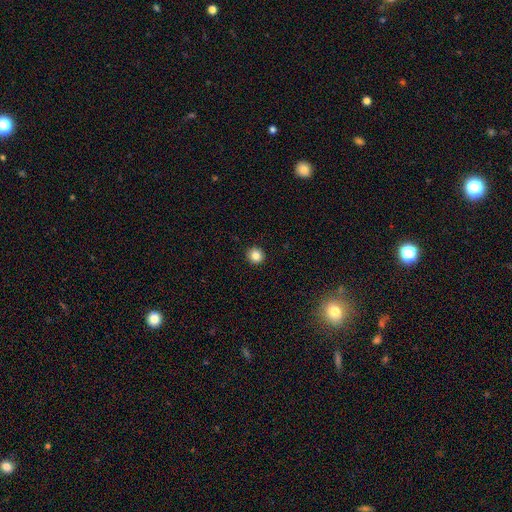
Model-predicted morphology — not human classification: Smooth or featured? smooth (83%)
How rounded? round (93%)
Merging? none (93%)